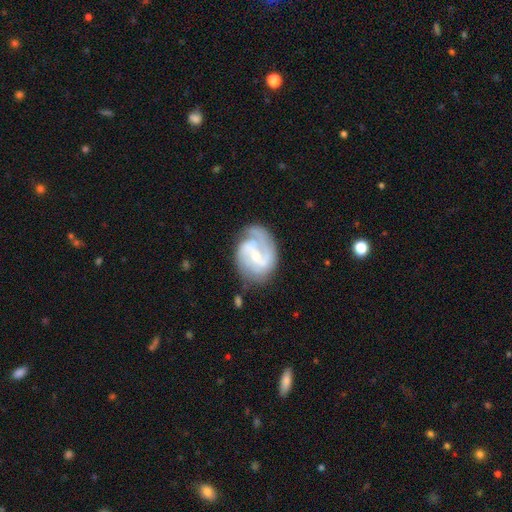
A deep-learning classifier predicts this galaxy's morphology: Smooth or featured?
  - featured or disk: 86% *
  - smooth: 10%
  - star or artifact: 5%
Edge-on disk?
  - no: 98% *
  - yes: 2%
Bar?
  - weak: 53% *
  - strong: 25%
  - no: 22%
Spiral arms?
  - yes: 95% *
  - no: 5%
Spiral winding?
  - medium: 46% *
  - tight: 38%
  - loose: 16%
Spiral arm count?
  - 2: 65% *
  - can't tell: 11%
  - 3: 10%
  - 1: 10%
  - 4: 2%
  - more than 4: 2%
Bulge size?
  - small: 60% *
  - moderate: 34%
  - none: 3%
  - large: 2%
  - dominant: 1%
Merging?
  - none: 65% *
  - minor disturbance: 21%
  - major disturbance: 11%
  - merger: 3%